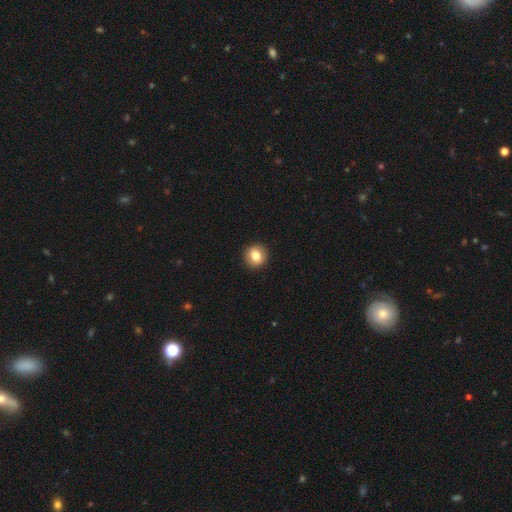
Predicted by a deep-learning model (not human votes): A smooth galaxy with no disk features (82%) that is round (89%). Merging: none (92%).